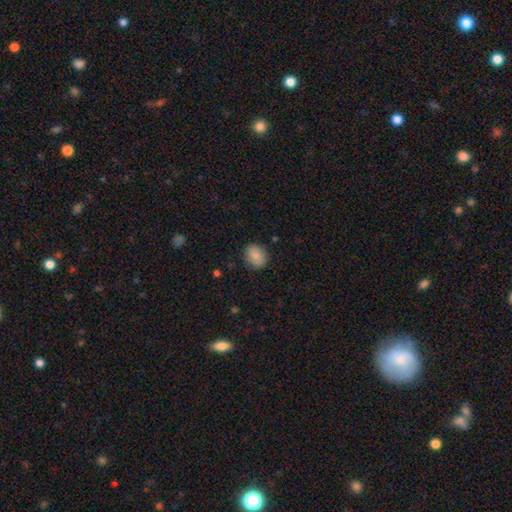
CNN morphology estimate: smooth-or-featured: smooth: 86% | star or artifact: 8% | featured or disk: 6%
  how-rounded: in between: 52% | round: 47% | cigar-shaped: 1%
  merging: none: 82% | minor disturbance: 13% | major disturbance: 3% | merger: 1%